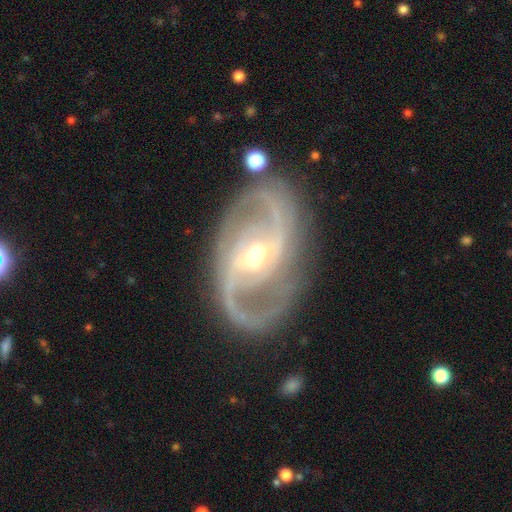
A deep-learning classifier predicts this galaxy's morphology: smooth_or_featured: featured or disk (p=0.90) [alt: smooth p=0.05]
disk_edge_on: no (p=0.95) [alt: yes p=0.05]
bar: weak (p=0.44) [alt: strong p=0.29]
has_spiral_arms: yes (p=0.95) [alt: no p=0.05]
spiral_winding: medium (p=0.51) [alt: tight p=0.33]
spiral_arm_count: 2 (p=0.83) [alt: can't tell p=0.06]
bulge_size: moderate (p=0.66) [alt: small p=0.28]
merging: none (p=0.78) [alt: minor disturbance p=0.13]